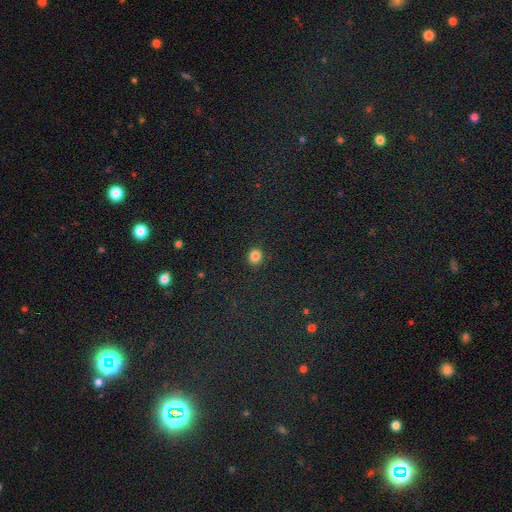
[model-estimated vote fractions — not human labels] Overall: smooth (84%). How rounded: round (80%). Merging: none (91%).